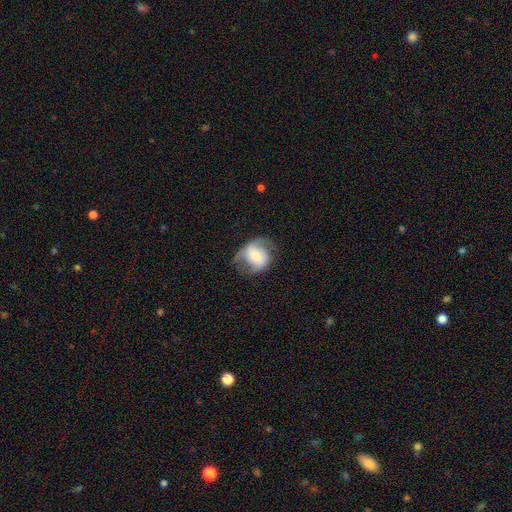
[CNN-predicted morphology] This is possibly a featured or disk galaxy (58%). It is clearly not viewed edge-on (96%). Bar: marginally no (42%). Spiral arm pattern: likely yes (78%). Central bulge: marginally small (45%). Merging: possibly none (57%).